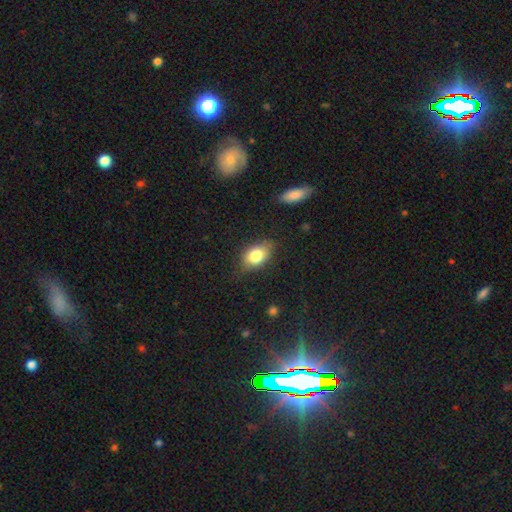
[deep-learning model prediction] smooth 80%, featured or disk 12%, star or artifact 8%. Down the decision tree: how rounded — in between (82%); merging — none (74%).